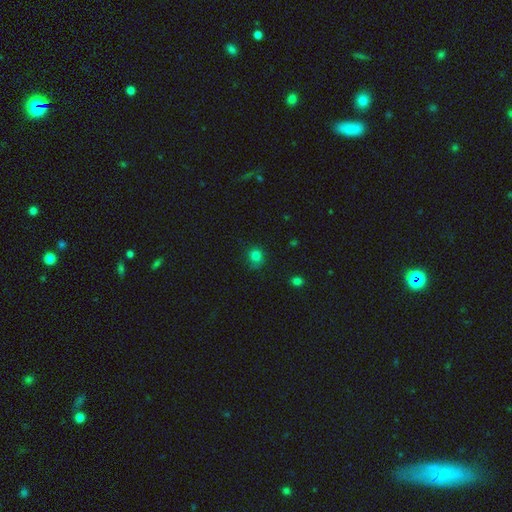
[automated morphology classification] type=smooth (81%); roundness=round (83%); merging=none (71%).